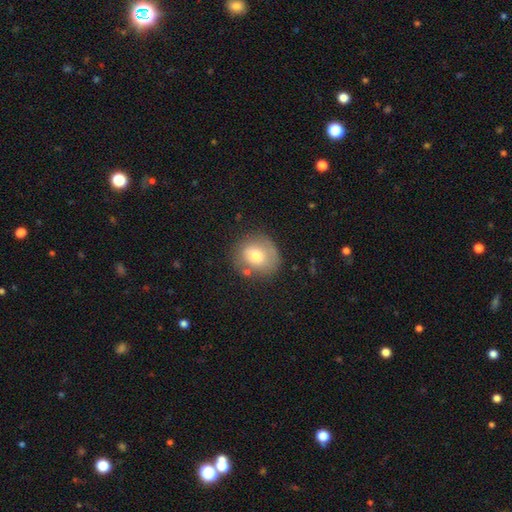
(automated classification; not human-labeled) Smooth or featured: smooth — 71% (featured or disk — 21%)
How rounded: round — 71% (in between — 28%)
Merging: none — 71% (minor disturbance — 18%)